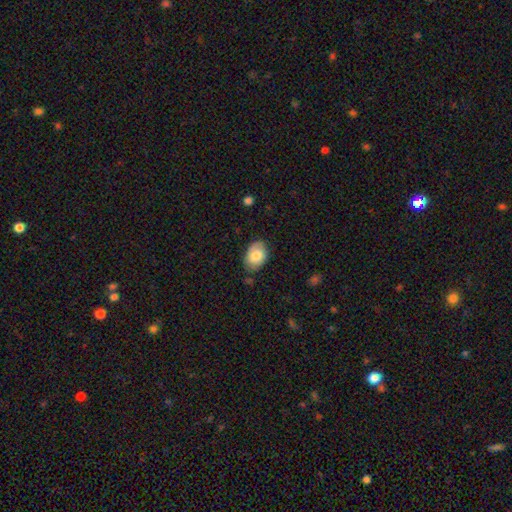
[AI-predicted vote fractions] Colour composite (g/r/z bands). It shows a smooth galaxy with no disk features (81%) that is in between round and cigar-shaped (83%). Merging: none (76%).